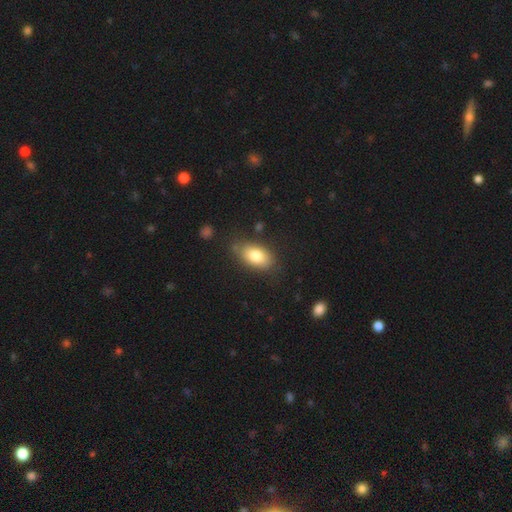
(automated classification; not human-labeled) This appears to be a smooth galaxy with no disk features (80%) that is in between round and cigar-shaped (90%). Merging: none (75%).